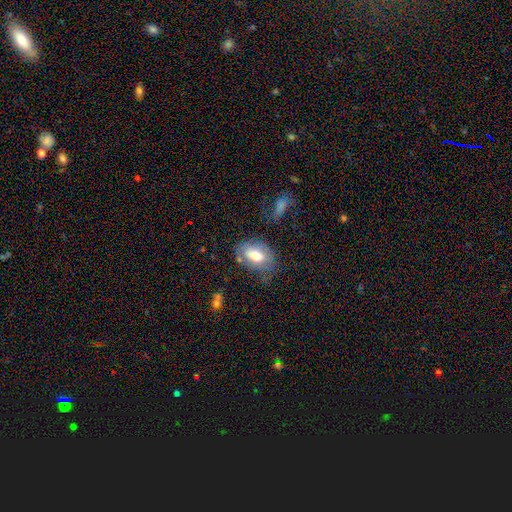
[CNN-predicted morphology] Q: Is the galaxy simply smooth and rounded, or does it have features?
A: smooth — 68%.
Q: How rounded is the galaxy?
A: in between — 89%.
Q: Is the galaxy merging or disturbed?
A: none — 59%.